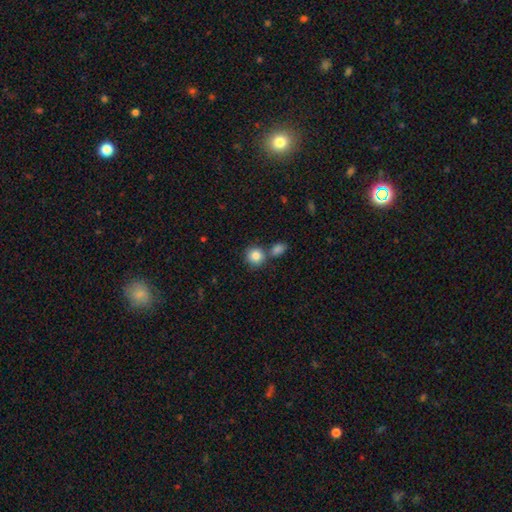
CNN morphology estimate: smooth-or-featured: smooth: 85% | star or artifact: 9% | featured or disk: 6%
  how-rounded: round: 88% | in between: 11% | cigar-shaped: 1%
  merging: none: 63% | merger: 24% | minor disturbance: 10% | major disturbance: 3%